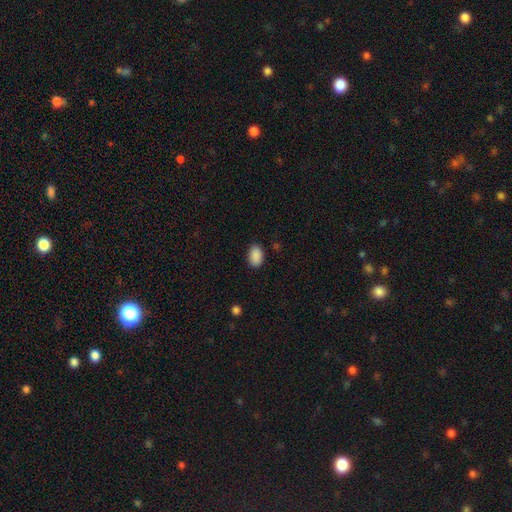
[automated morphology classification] A smooth galaxy with no disk features (90%) that is in between round and cigar-shaped (88%). Merging: none (86%).